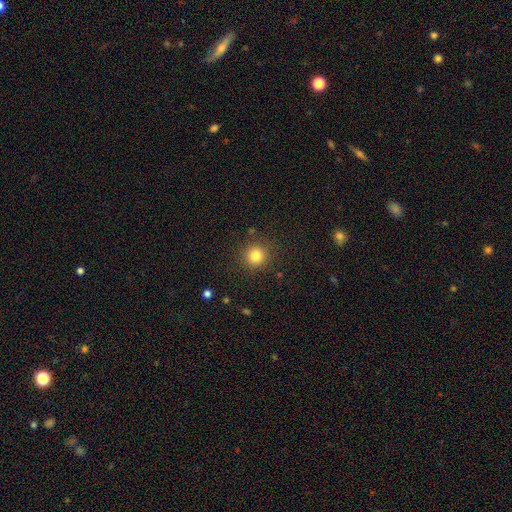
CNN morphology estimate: The model was most divided on "smooth or featured": smooth: 82%, star or artifact: 13%, featured or disk: 5%. More confident: how rounded — round (93%); merging — none (88%).